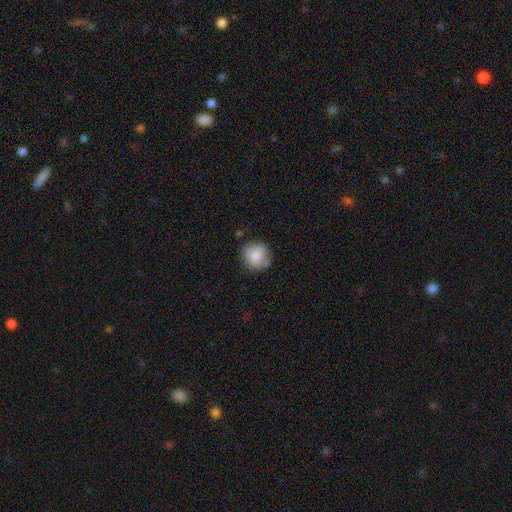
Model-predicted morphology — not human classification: Smooth or featured: smooth — 78% (featured or disk — 15%)
How rounded: round — 90% (in between — 9%)
Merging: none — 72% (minor disturbance — 19%)